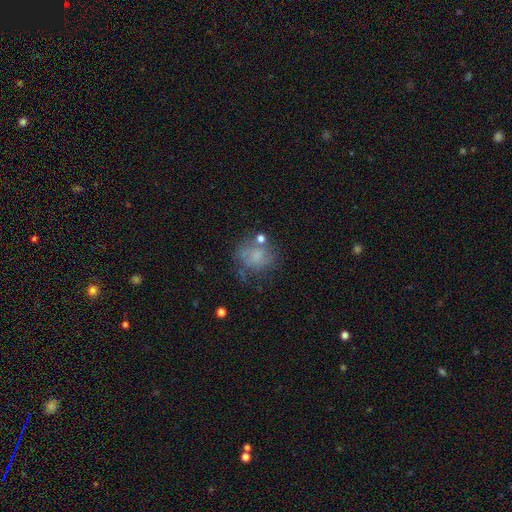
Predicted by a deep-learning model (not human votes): The model was most divided on "merging": none: 47%, minor disturbance: 24%, major disturbance: 19%, merger: 10%. More confident: how rounded — round (64%); smooth or featured — smooth (57%).